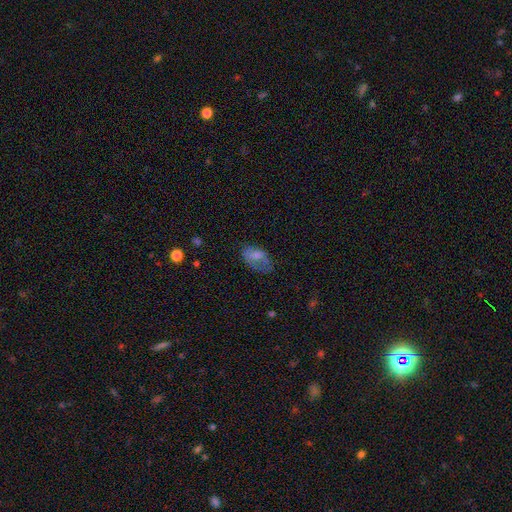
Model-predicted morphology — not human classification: Q: Smooth or featured?
A: smooth (67%); runner-up: featured or disk (24%)
Q: How rounded?
A: in between (91%); runner-up: round (7%)
Q: Merging?
A: none (41%); runner-up: minor disturbance (32%)